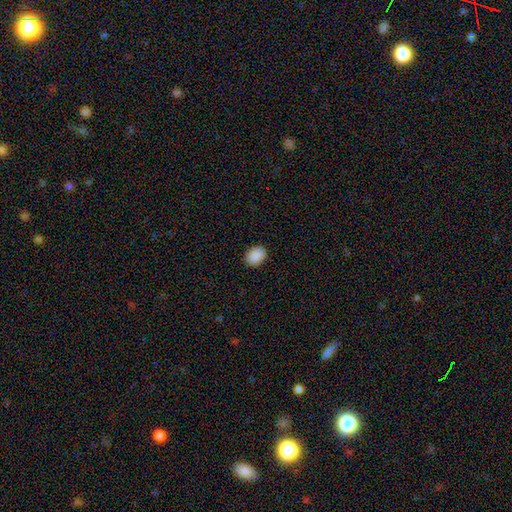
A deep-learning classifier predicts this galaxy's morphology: Smooth or featured?
  - smooth: 90% *
  - star or artifact: 8%
  - featured or disk: 2%
How rounded?
  - in between: 56% *
  - round: 43%
  - cigar-shaped: 1%
Merging?
  - none: 90% *
  - minor disturbance: 7%
  - major disturbance: 2%
  - merger: 1%